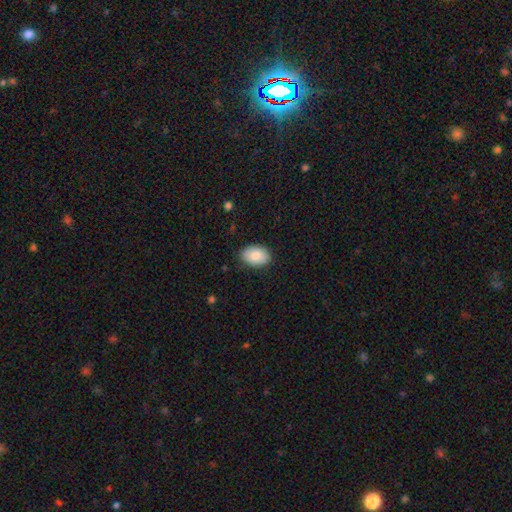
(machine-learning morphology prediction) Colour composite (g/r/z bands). It shows a smooth galaxy with no disk features (86%) that is in between round and cigar-shaped (85%). Merging: none (85%).